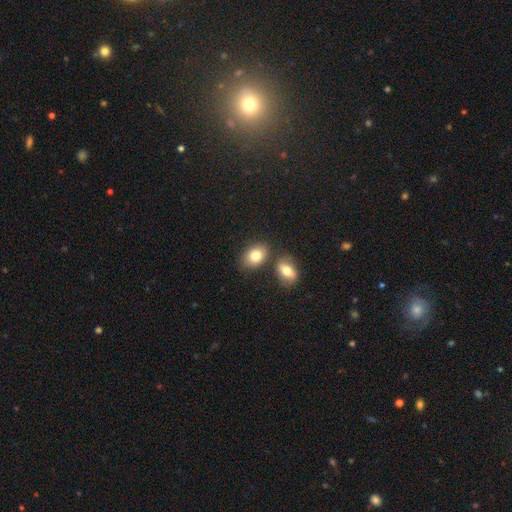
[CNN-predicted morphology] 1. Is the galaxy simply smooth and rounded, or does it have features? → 82% smooth, 10% featured or disk, 8% star or artifact.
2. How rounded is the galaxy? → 73% in between, 26% round, 1% cigar-shaped.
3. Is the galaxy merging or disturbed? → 65% none, 21% merger, 11% minor disturbance, 3% major disturbance.